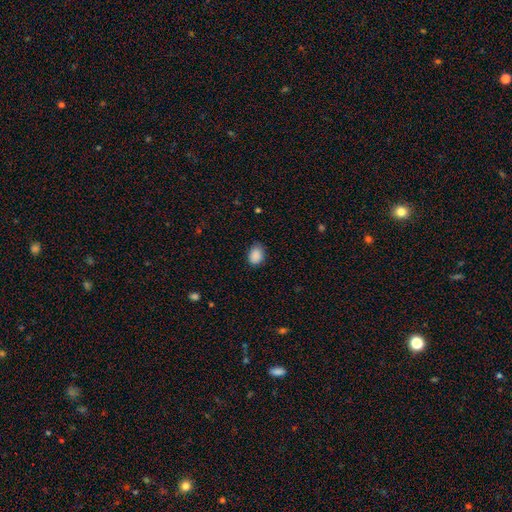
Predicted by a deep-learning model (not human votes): Smooth or featured? Predicted: smooth (p=0.89). How rounded? Predicted: in between (p=0.72). Merging? Predicted: none (p=0.78).